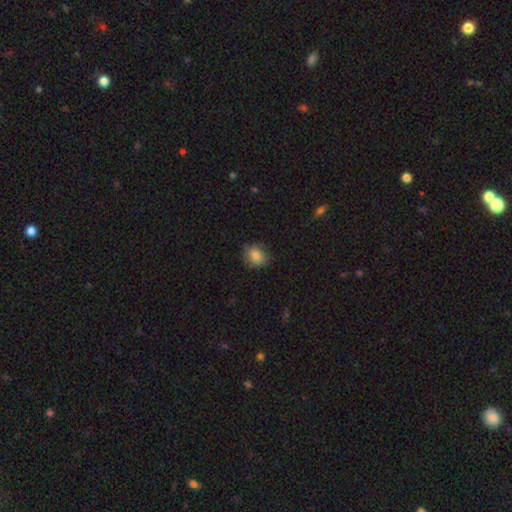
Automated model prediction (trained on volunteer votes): Smooth or featured?
  - smooth: 80% *
  - featured or disk: 11%
  - star or artifact: 9%
How rounded?
  - round: 69% *
  - in between: 30%
  - cigar-shaped: 1%
Merging?
  - none: 75% *
  - minor disturbance: 20%
  - major disturbance: 4%
  - merger: 1%